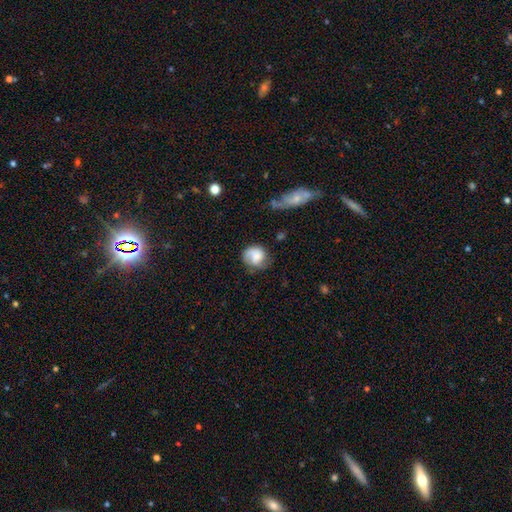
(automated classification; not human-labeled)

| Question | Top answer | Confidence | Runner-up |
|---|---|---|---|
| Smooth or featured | smooth | 51% | featured or disk (41%) |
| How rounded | round | 71% | in between (28%) |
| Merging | none | 56% | minor disturbance (27%) |